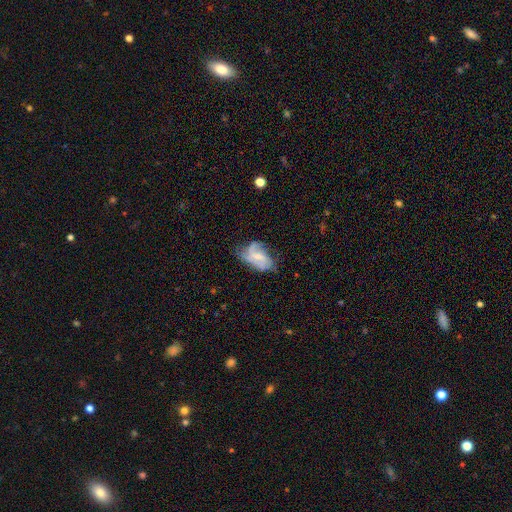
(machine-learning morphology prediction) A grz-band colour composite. It shows a featured or disk galaxy (69%) with no bar (45%), 2 (38%) medium (44%) spiral arms (87%) and a small central bulge (55%). Merging: none (45%).